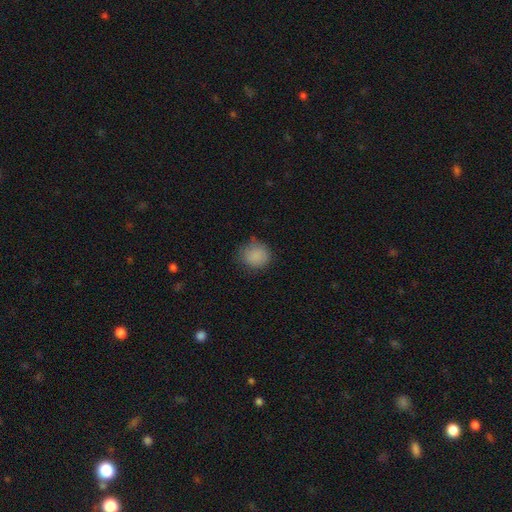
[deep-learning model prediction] Morphology: type=smooth (86%); roundness=round (85%); merging=none (74%).